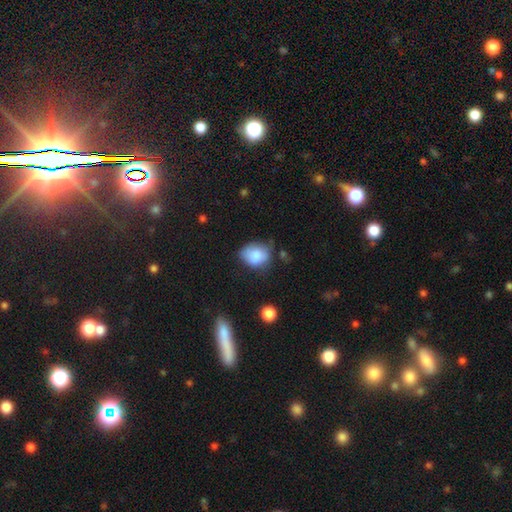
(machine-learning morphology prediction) smooth-or-featured: smooth: 80% | featured or disk: 12% | star or artifact: 8%
  how-rounded: in between: 51% | round: 48% | cigar-shaped: 1%
  merging: none: 48% | minor disturbance: 37% | major disturbance: 11% | merger: 4%